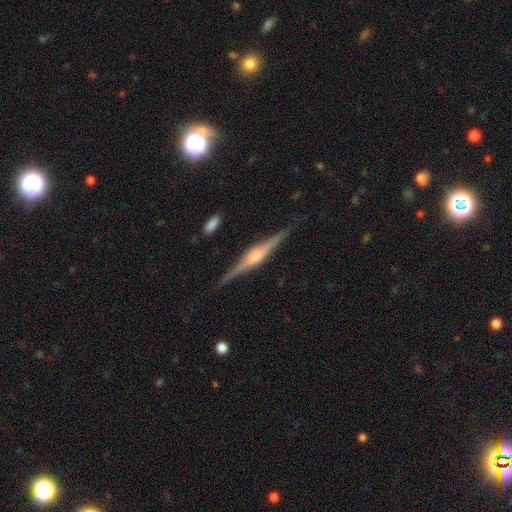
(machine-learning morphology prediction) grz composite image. It shows a featured or disk galaxy (84%) viewed edge-on (98%) with a rounded central bulge (78%). Merging: none (88%).